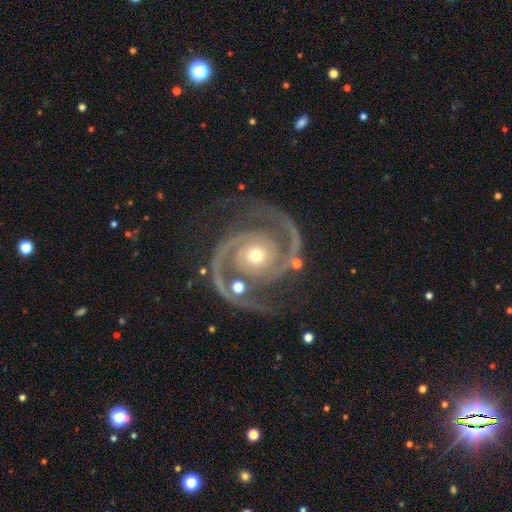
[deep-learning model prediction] The model was most divided on "spiral winding": medium: 47%, tight: 41%, loose: 12%. More confident: spiral arms — yes (98%); edge-on disk — no (98%); smooth or featured — featured or disk (93%); spiral arm count — 2 (92%); bar — no (76%); merging — none (69%); bulge size — moderate (53%).